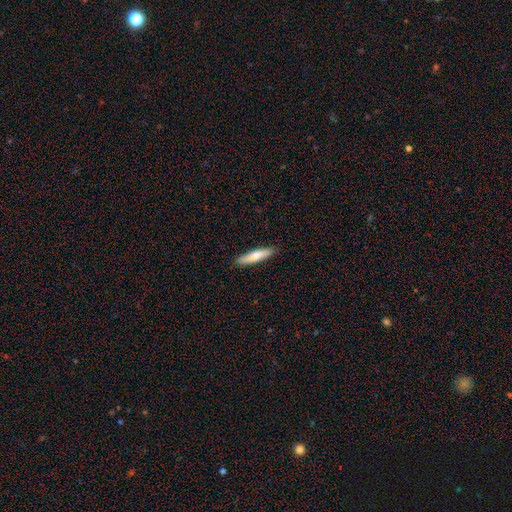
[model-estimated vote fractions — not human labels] Smooth or featured: smooth — 70% (featured or disk — 25%)
How rounded: cigar-shaped — 85% (in between — 14%)
Merging: none — 90% (minor disturbance — 8%)